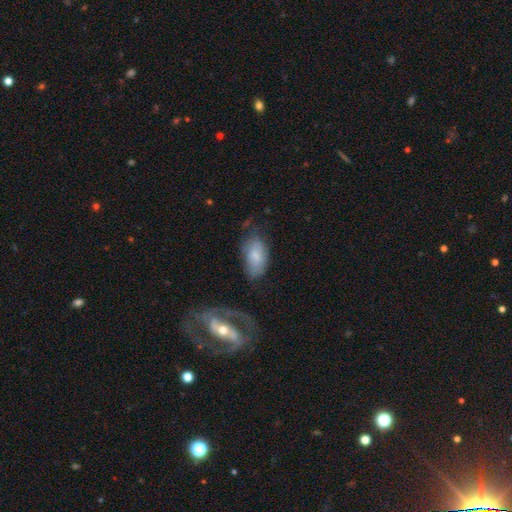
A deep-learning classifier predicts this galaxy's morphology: This appears to be a smooth galaxy with no disk features (70%) that is in between round and cigar-shaped (92%). Merging: none (55%).